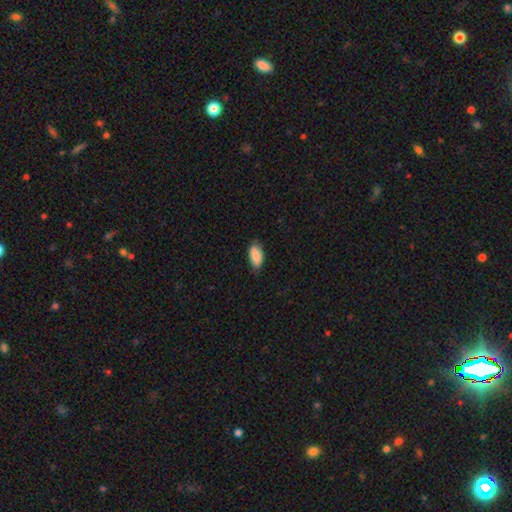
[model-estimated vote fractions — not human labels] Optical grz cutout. It shows a smooth galaxy with no disk features (86%) that is in between round and cigar-shaped (90%). Merging: none (71%).